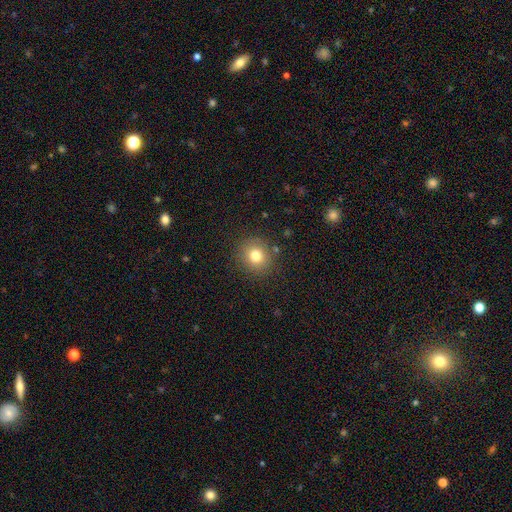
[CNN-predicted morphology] A smooth galaxy with no disk features (78%) that is round (86%). Merging: none (87%).